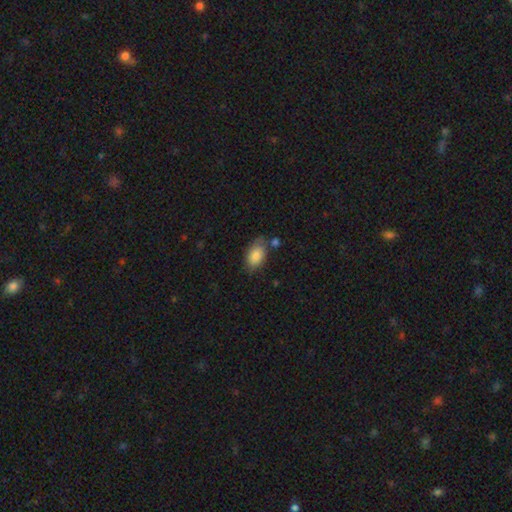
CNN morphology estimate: Overall: smooth (84%). How rounded: in between (92%). Merging: none (63%).